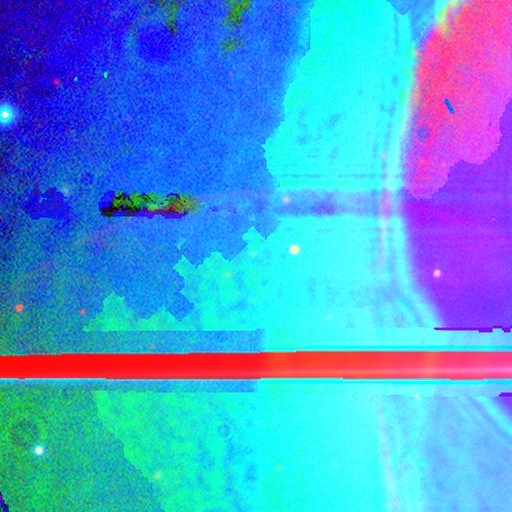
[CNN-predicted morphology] star or artifact 89%, featured or disk 6%, smooth 5%.